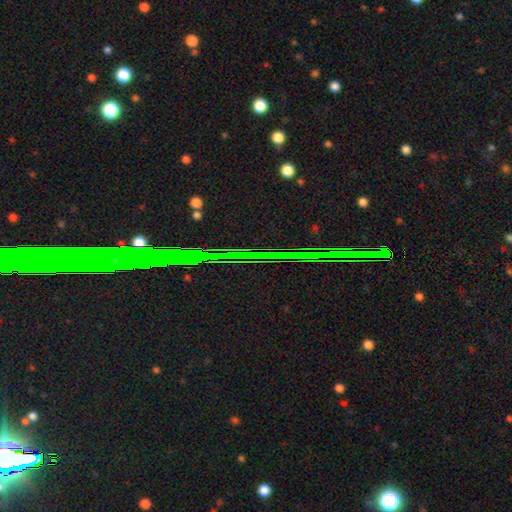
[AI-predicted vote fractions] Smooth or featured?
  - star or artifact: 78% *
  - featured or disk: 13%
  - smooth: 9%